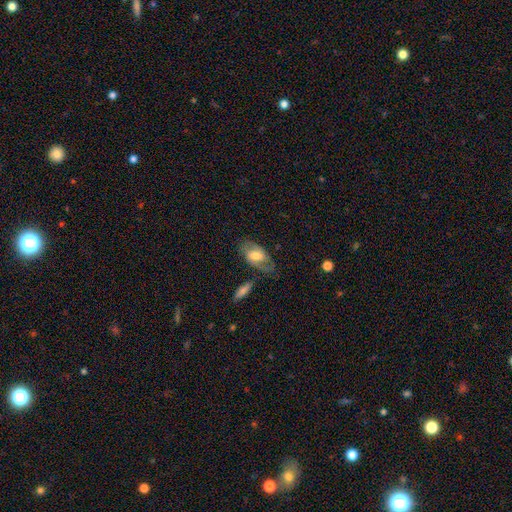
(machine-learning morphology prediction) type=featured or disk (55%); edge-on=no (92%); bar=weak (44%); spiral arms=yes (81%); bulge=moderate (54%); merging=none (62%).